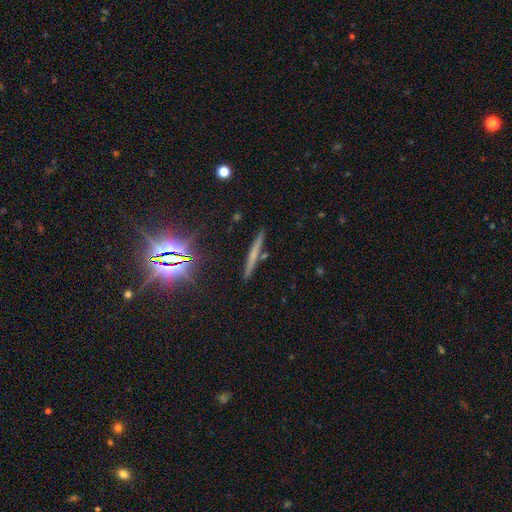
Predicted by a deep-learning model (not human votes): Morphology: type=featured or disk (37%); merging=none (87%).